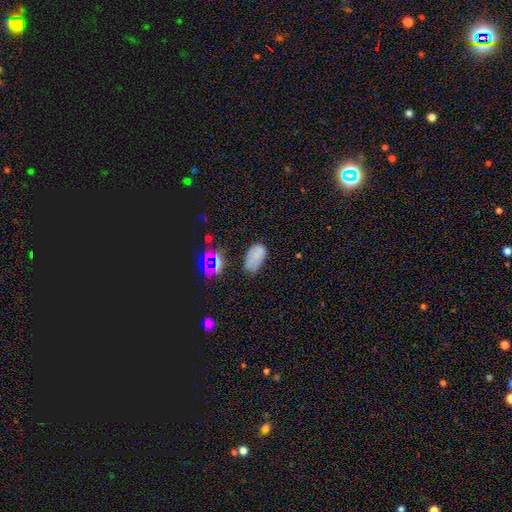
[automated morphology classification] A smooth galaxy with no disk features (66%) that is in between round and cigar-shaped (91%). Merging: none (49%).